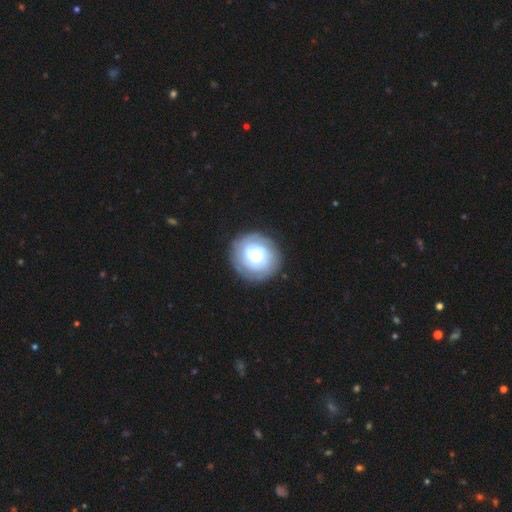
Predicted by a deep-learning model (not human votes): Q: Smooth or featured?
A: featured or disk (59%); runner-up: smooth (35%)
Q: Edge-on disk?
A: no (97%); runner-up: yes (3%)
Q: Bar?
A: no (78%); runner-up: weak (17%)
Q: Spiral arms?
A: yes (78%); runner-up: no (22%)
Q: Bulge size?
A: moderate (50%); runner-up: small (34%)
Q: Merging?
A: none (84%); runner-up: minor disturbance (10%)